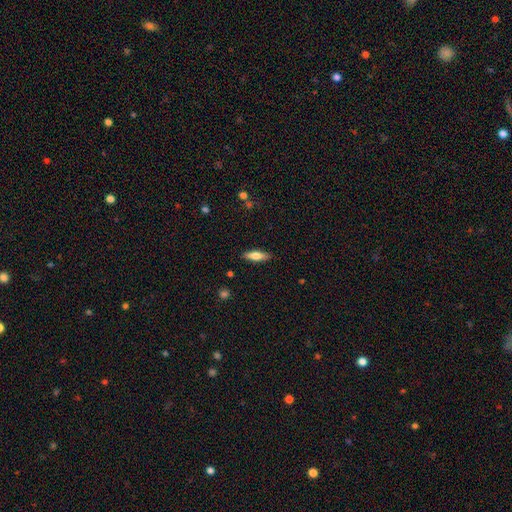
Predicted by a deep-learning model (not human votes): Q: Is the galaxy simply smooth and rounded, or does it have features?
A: smooth — 65%.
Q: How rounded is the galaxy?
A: cigar-shaped — 53%.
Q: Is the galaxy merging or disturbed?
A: none — 88%.